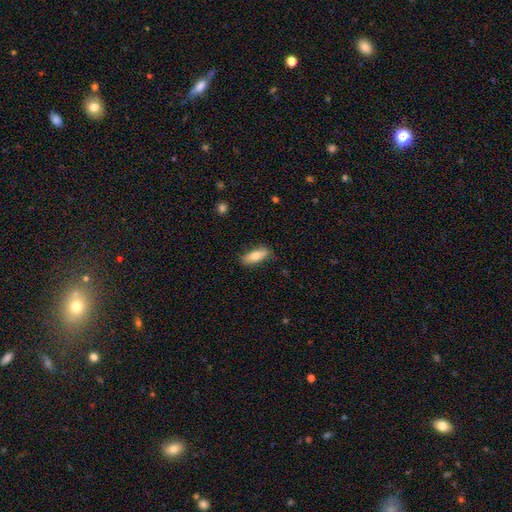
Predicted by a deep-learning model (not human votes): Smooth or featured? smooth (73%)
How rounded? in between (67%)
Merging? none (81%)